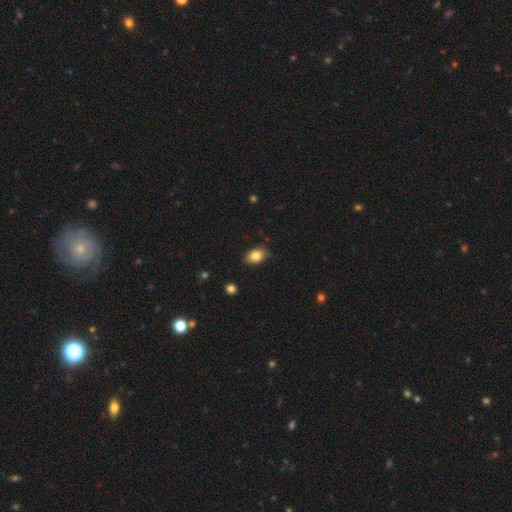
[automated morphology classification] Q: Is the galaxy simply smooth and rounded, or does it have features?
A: smooth — 84%.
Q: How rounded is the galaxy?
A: in between — 81%.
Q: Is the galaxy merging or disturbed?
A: none — 84%.